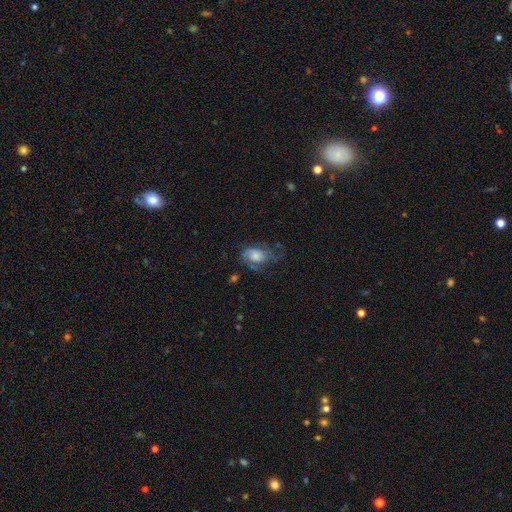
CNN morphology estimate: Smooth or featured: featured or disk — 65% (smooth — 27%)
Edge-on disk: no — 97% (yes — 3%)
Bar: no — 74% (weak — 23%)
Spiral arms: yes — 88% (no — 12%)
Spiral winding: medium — 43% (tight — 35%)
Spiral arm count: 2 — 44% (can't tell — 23%)
Bulge size: moderate — 42% (small — 33%)
Merging: none — 47% (major disturbance — 26%)